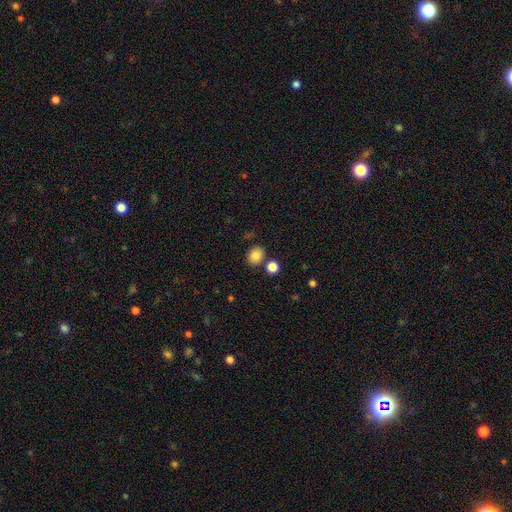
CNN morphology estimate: Smooth or featured?
  - smooth: 84% *
  - star or artifact: 10%
  - featured or disk: 6%
How rounded?
  - round: 51% *
  - in between: 48%
  - cigar-shaped: 1%
Merging?
  - none: 77% *
  - minor disturbance: 10%
  - merger: 10%
  - major disturbance: 3%